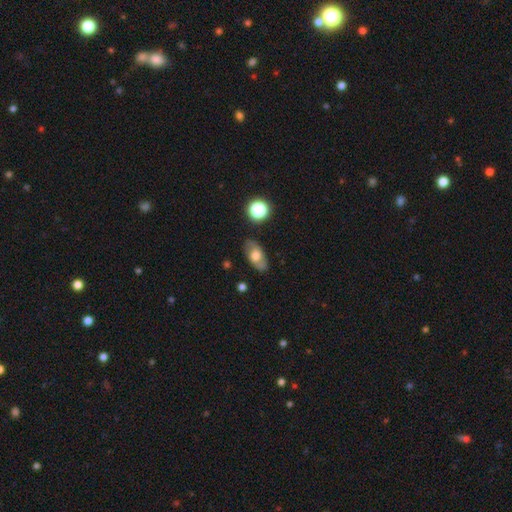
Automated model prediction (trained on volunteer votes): Morphology: type=smooth (61%); roundness=in between (89%); merging=none (82%).